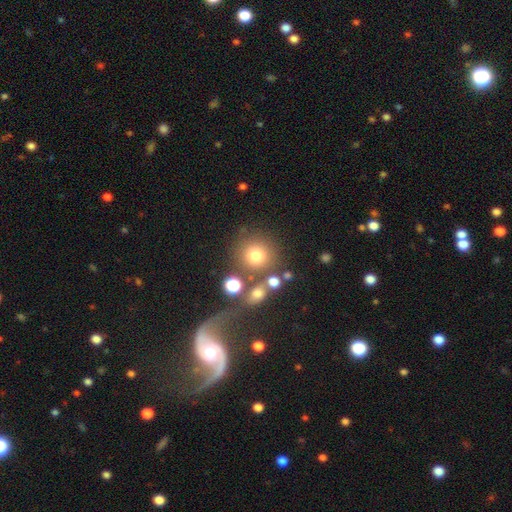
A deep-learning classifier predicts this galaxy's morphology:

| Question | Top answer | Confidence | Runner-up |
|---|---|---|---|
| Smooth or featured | smooth | 73% | star or artifact (16%) |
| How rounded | round | 90% | in between (9%) |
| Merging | none | 68% | merger (15%) |